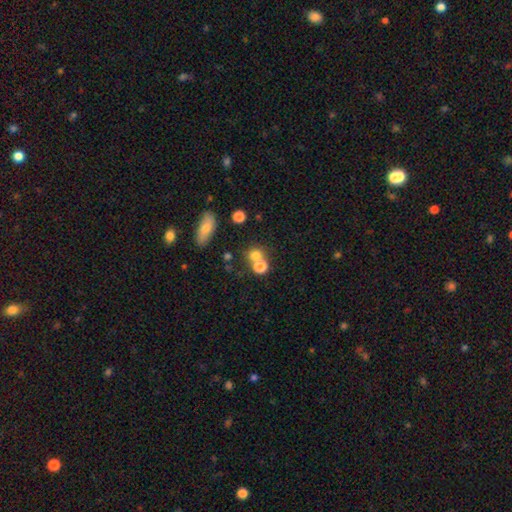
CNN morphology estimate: type=smooth (74%); roundness=round (77%); merging=none (51%).